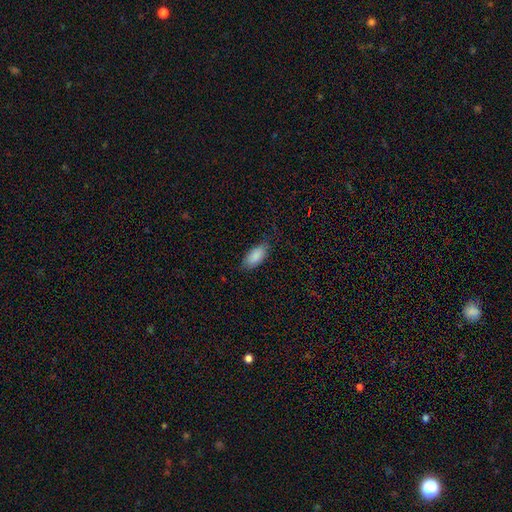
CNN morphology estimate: This is clearly a smooth galaxy (88%). How rounded: clearly in between (91%). Merging: likely none (75%).